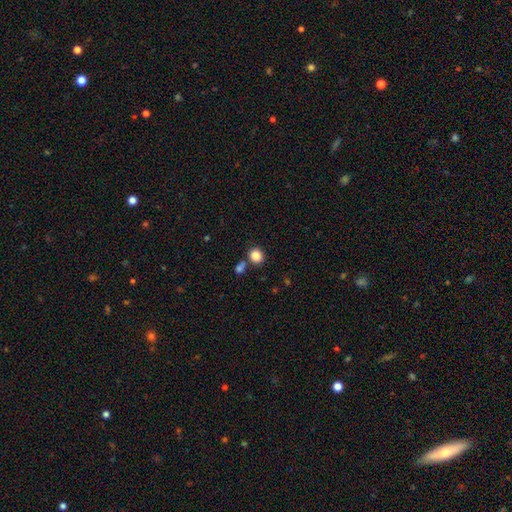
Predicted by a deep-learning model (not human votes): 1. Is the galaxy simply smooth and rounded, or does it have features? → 86% smooth, 10% star or artifact, 4% featured or disk.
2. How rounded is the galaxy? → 77% round, 22% in between, 1% cigar-shaped.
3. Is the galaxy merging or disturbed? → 72% none, 15% merger, 9% minor disturbance, 3% major disturbance.